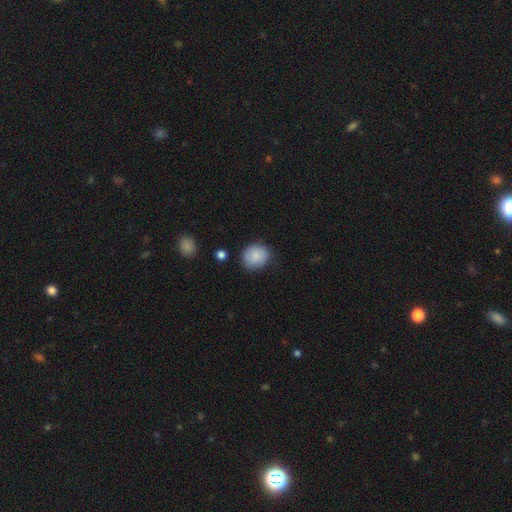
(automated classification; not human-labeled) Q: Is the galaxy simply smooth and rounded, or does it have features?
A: smooth — 85%.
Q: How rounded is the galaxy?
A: round — 71%.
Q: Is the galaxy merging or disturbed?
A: none — 78%.